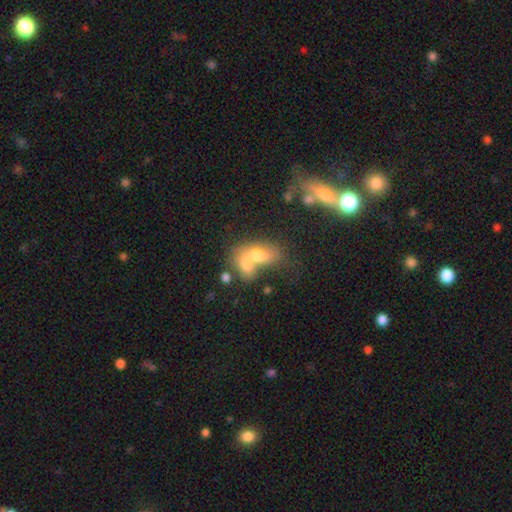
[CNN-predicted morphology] Overall: smooth (61%; featured or disk 28%). How rounded: in between (81%). Merging: merger (65%).